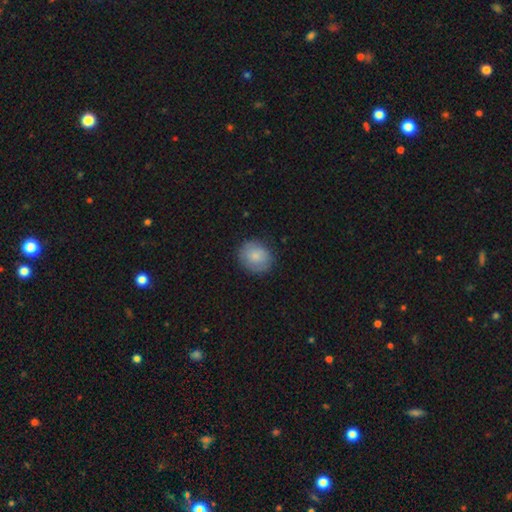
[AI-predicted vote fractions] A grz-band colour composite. It shows a smooth galaxy with no disk features (80%) that is round (74%). Merging: none (83%).